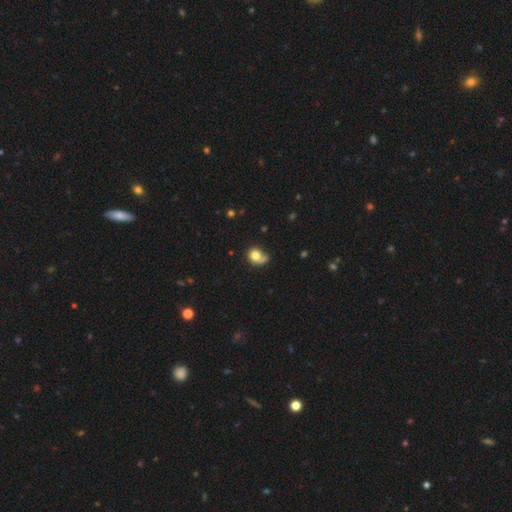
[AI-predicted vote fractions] A smooth galaxy with no disk features (76%) that is round (64%).

Vote fractions:
- Smooth or featured? smooth: 76% / featured or disk: 14% / star or artifact: 10%
- How rounded? round: 64% / in between: 35% / cigar-shaped: 1%
- Merging? none: 43% / minor disturbance: 25% / major disturbance: 17% / merger: 16%